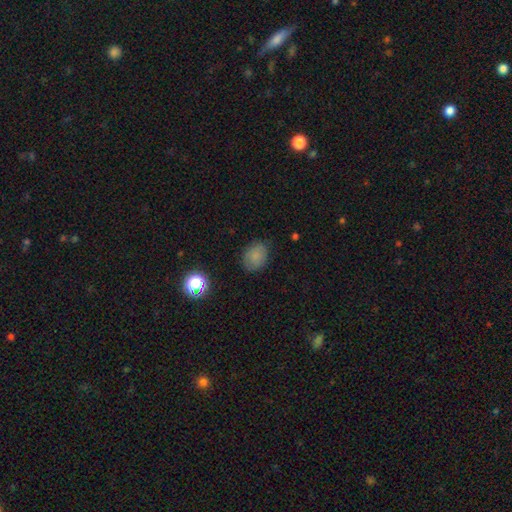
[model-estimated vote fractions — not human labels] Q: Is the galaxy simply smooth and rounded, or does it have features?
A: smooth — 80%.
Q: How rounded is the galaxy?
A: in between — 56%.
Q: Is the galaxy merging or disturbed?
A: none — 79%.